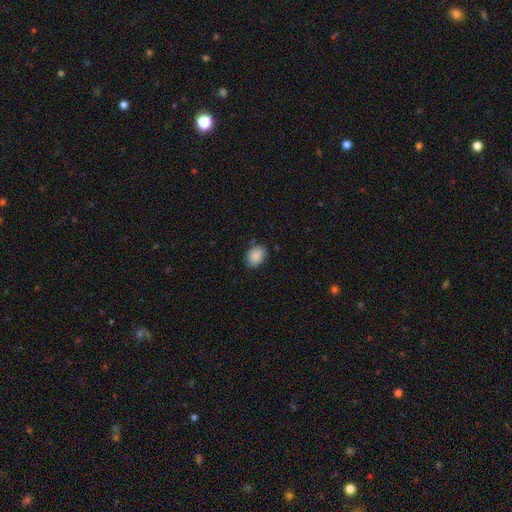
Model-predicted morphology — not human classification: The model was most divided on "how rounded": in between: 74%, round: 25%, cigar-shaped: 1%. More confident: smooth or featured — smooth (88%); merging — none (83%).